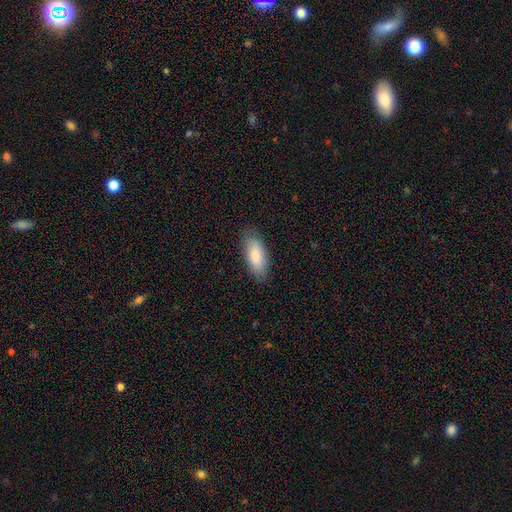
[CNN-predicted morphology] Smooth or featured?
  - smooth: 84% *
  - featured or disk: 11%
  - star or artifact: 6%
How rounded?
  - in between: 83% *
  - cigar-shaped: 16%
  - round: 2%
Merging?
  - none: 82% *
  - minor disturbance: 14%
  - major disturbance: 3%
  - merger: 1%